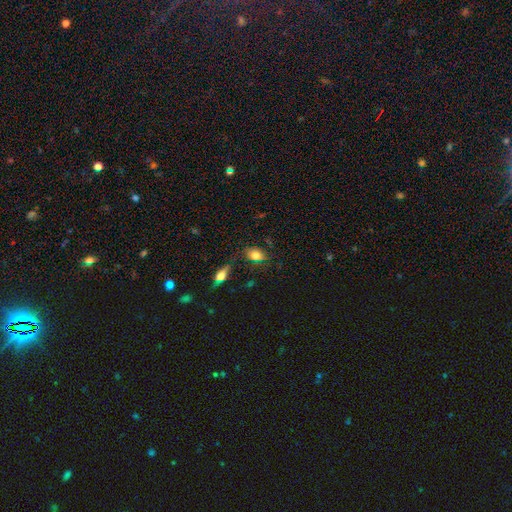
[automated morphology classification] smooth-or-featured: smooth: 77% | featured or disk: 13% | star or artifact: 10%
  how-rounded: in between: 74% | round: 23% | cigar-shaped: 3%
  merging: none: 67% | minor disturbance: 21% | major disturbance: 7% | merger: 5%